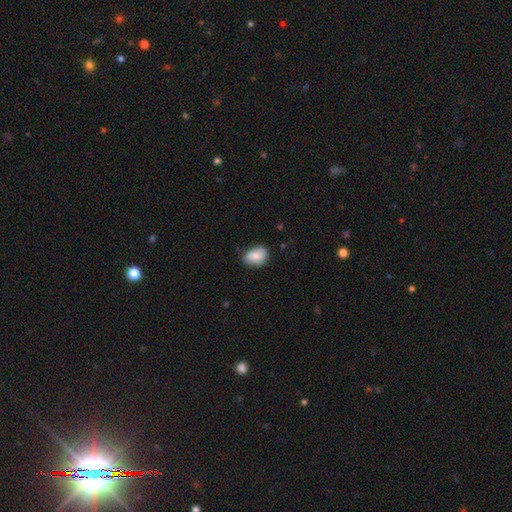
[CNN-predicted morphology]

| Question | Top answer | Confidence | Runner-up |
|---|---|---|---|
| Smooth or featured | smooth | 83% | featured or disk (10%) |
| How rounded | in between | 77% | round (22%) |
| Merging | none | 74% | minor disturbance (21%) |